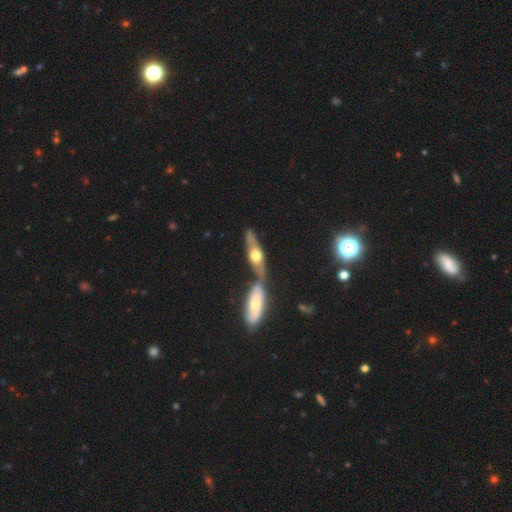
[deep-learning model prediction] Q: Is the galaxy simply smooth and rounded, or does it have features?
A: featured or disk — 59%.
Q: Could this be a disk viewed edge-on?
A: yes — 79%.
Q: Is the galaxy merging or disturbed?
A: none — 47%.